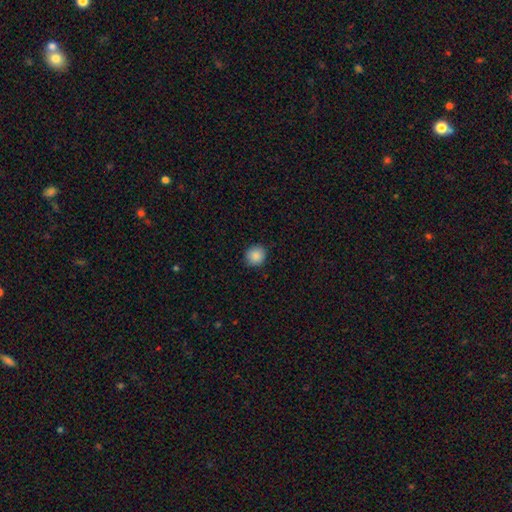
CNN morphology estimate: This appears to be a smooth galaxy with no disk features (88%) that is round (90%). Merging: none (90%).